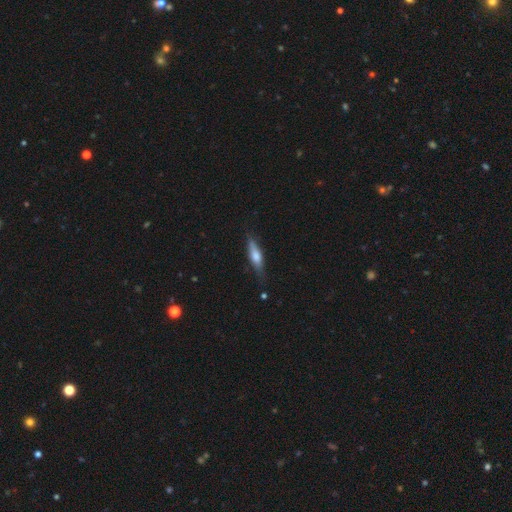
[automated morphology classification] smooth_or_featured: smooth (p=0.55) [alt: featured or disk p=0.38]
how_rounded: cigar-shaped (p=0.70) [alt: in between p=0.28]
merging: none (p=0.76) [alt: minor disturbance p=0.19]